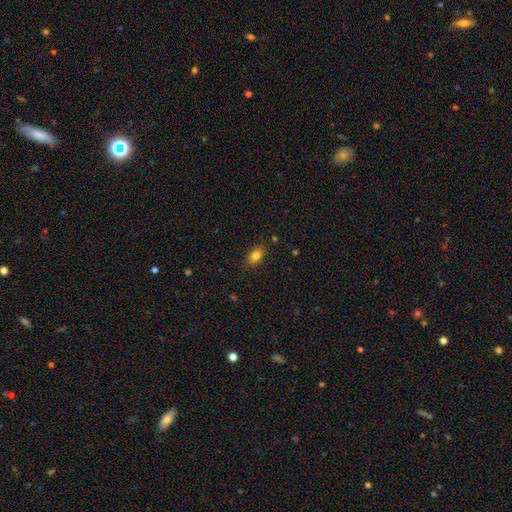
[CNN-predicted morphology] Smooth or featured?
  - smooth: 83% *
  - star or artifact: 10%
  - featured or disk: 7%
How rounded?
  - in between: 82% *
  - round: 16%
  - cigar-shaped: 2%
Merging?
  - none: 85% *
  - minor disturbance: 11%
  - major disturbance: 3%
  - merger: 1%